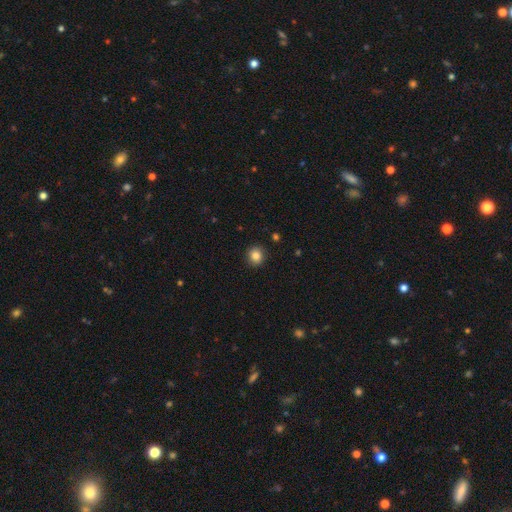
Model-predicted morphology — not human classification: smooth 85%, star or artifact 10%, featured or disk 5%. Down the decision tree: how rounded — round (89%); merging — none (90%).